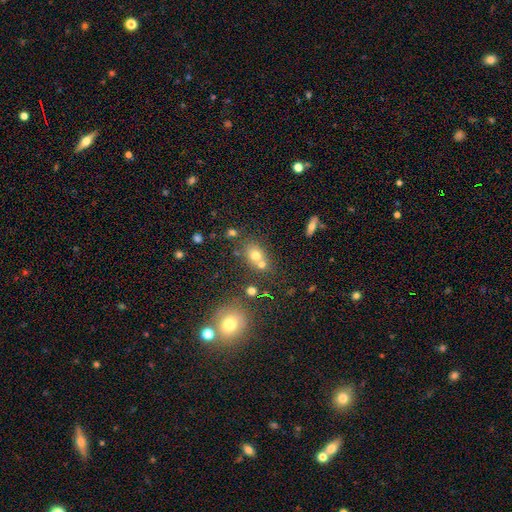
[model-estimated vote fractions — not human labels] This is likely a smooth galaxy (68%). How rounded: possibly round (54%). Merging: marginally none (45%).